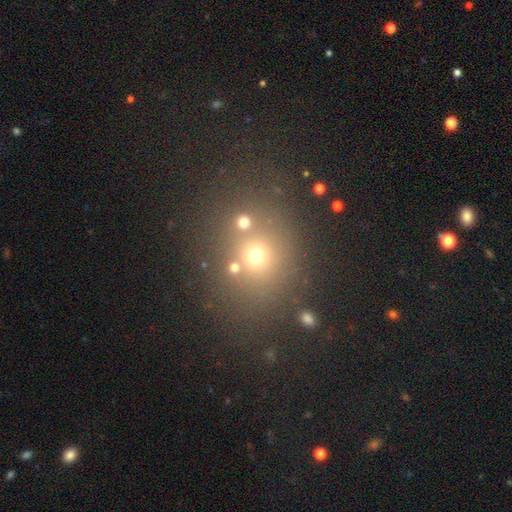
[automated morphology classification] Smooth or featured? smooth (57%)
How rounded? round (72%)
Merging? none (70%)